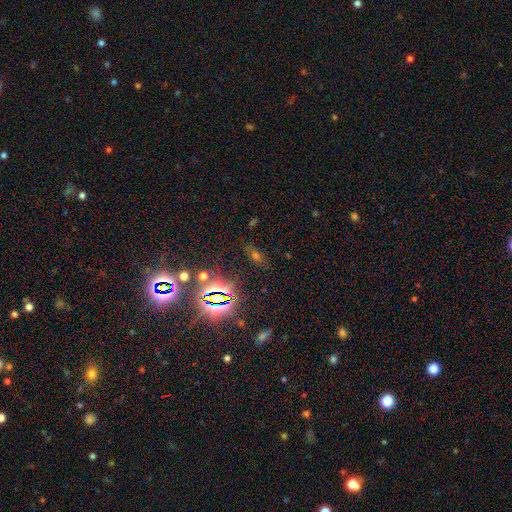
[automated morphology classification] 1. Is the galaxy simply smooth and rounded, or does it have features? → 57% star or artifact, 30% smooth, 13% featured or disk.